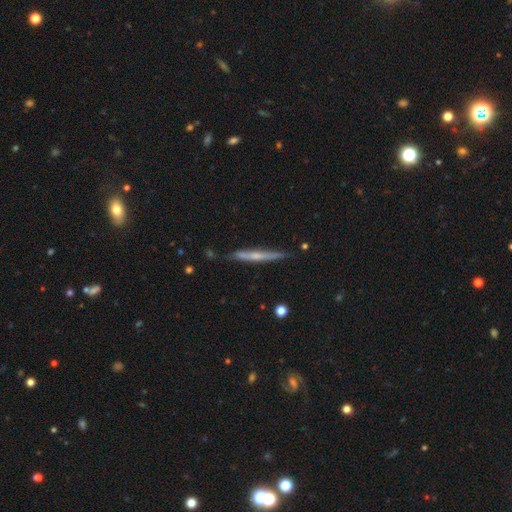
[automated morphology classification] type=featured or disk (59%); edge-on=yes (96%); edge-on bulge=rounded (49%); merging=none (83%).